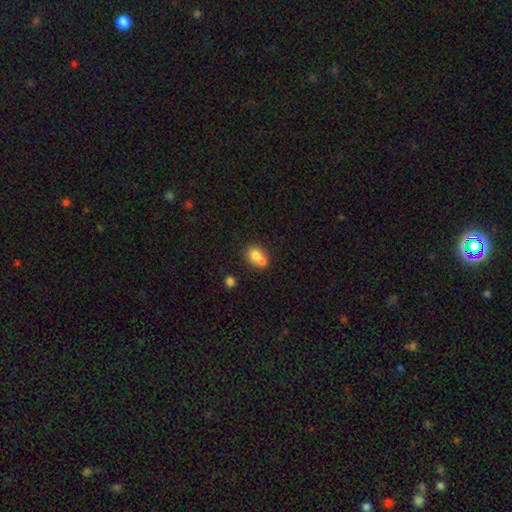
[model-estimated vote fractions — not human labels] Q: Smooth or featured?
A: smooth (74%); runner-up: featured or disk (16%)
Q: How rounded?
A: round (78%); runner-up: in between (21%)
Q: Merging?
A: merger (55%); runner-up: none (36%)